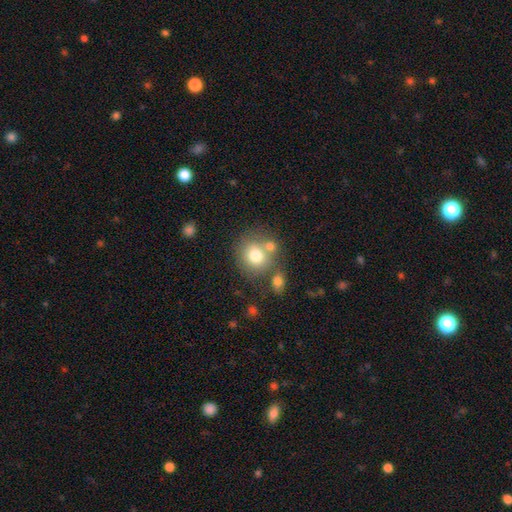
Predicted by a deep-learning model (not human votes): smooth_or_featured: smooth (p=0.76) [alt: featured or disk p=0.14]
how_rounded: round (p=0.81) [alt: in between p=0.18]
merging: none (p=0.56) [alt: merger p=0.27]